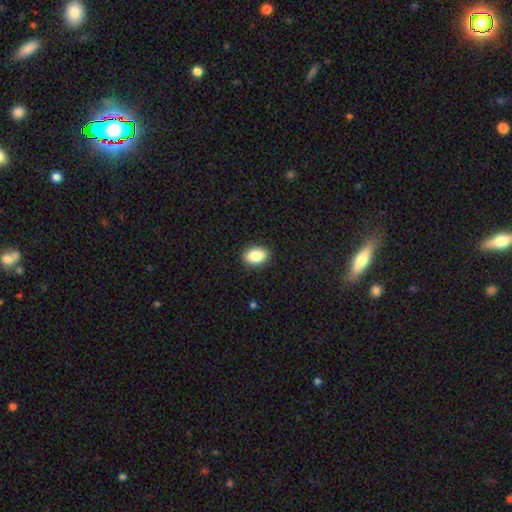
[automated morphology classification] smooth 87%, star or artifact 8%, featured or disk 5%. Down the decision tree: how rounded — in between (85%); merging — none (90%).